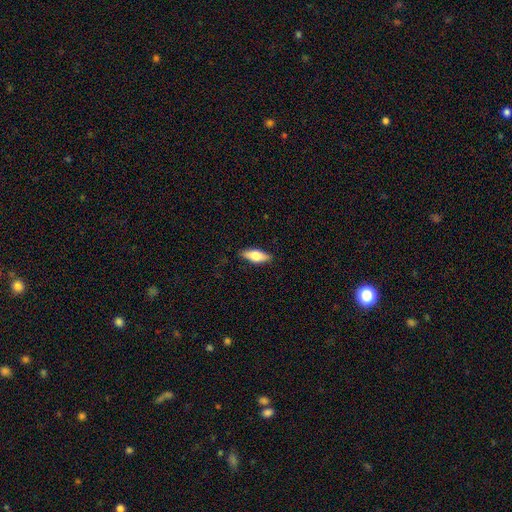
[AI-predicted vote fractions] Smooth or featured? smooth (68%)
How rounded? in between (72%)
Merging? none (86%)